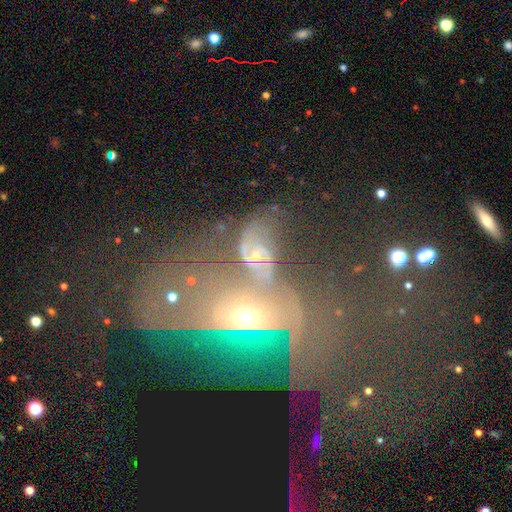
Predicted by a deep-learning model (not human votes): A featured or disk galaxy (64%) with no bar (56%), spiral arms (82%) and a small central bulge (57%). Merging: merger (41%).